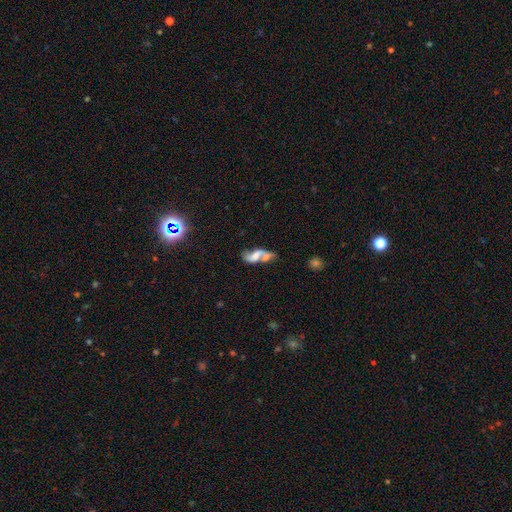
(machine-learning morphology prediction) A featured or disk galaxy (64%) with no bar (47%), spiral arms (80%) and a moderate central bulge (33%).

Vote fractions:
- Smooth or featured? featured or disk: 64% / smooth: 27% / star or artifact: 9%
- Edge-on disk? no: 92% / yes: 8%
- Bar? no: 47% / weak: 37% / strong: 16%
- Spiral arms? yes: 80% / no: 20%
- Bulge size? moderate: 33% / small: 26% / none: 25% / large: 13% / dominant: 3%
- Merging? merger: 36% / none: 33% / minor disturbance: 17% / major disturbance: 15%